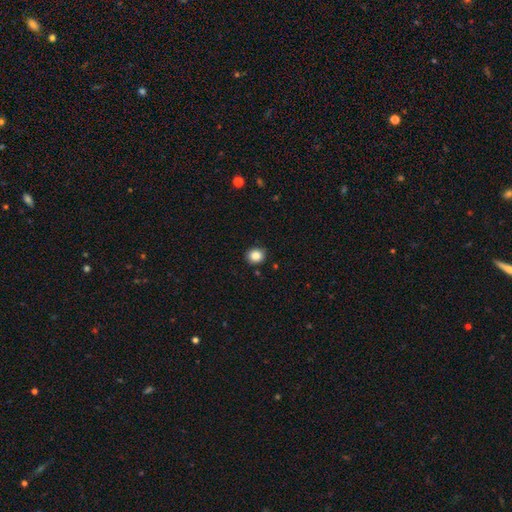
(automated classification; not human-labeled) Q: Smooth or featured?
A: smooth (86%); runner-up: star or artifact (10%)
Q: How rounded?
A: round (79%); runner-up: in between (20%)
Q: Merging?
A: none (88%); runner-up: minor disturbance (8%)